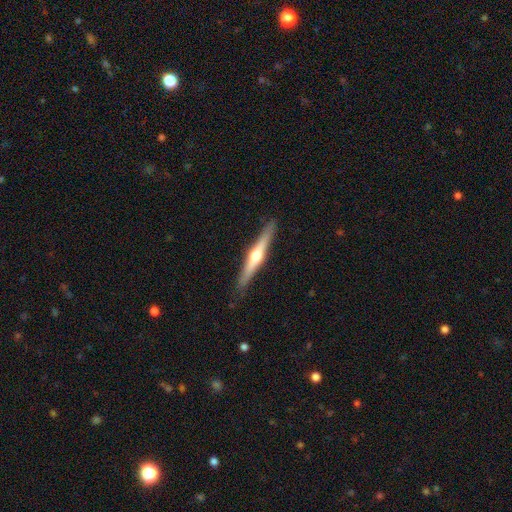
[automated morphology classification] smooth-or-featured: featured or disk: 67% | smooth: 28% | star or artifact: 5%
  disk-edge-on: yes: 97% | no: 3%
    edge-on-bulge: rounded: 92% | none: 5% | boxy: 3%
  merging: none: 89% | minor disturbance: 9% | major disturbance: 2% | merger: 1%